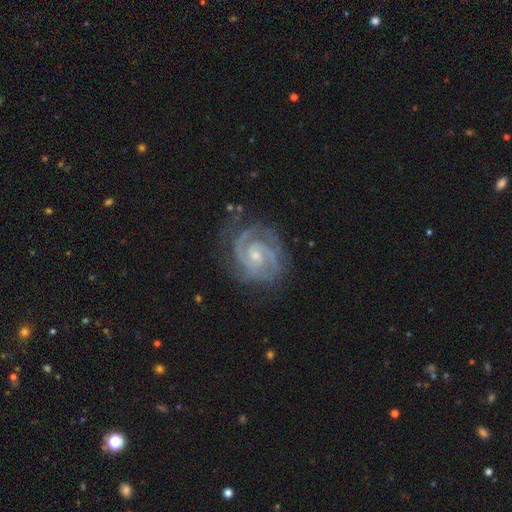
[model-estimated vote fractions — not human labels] Smooth or featured? featured or disk (92%)
Edge-on disk? no (98%)
Bar? no (58%)
Spiral arms? yes (98%)
Spiral winding? tight (65%)
Spiral arm count? 2 (67%)
Bulge size? small (67%)
Merging? none (74%)